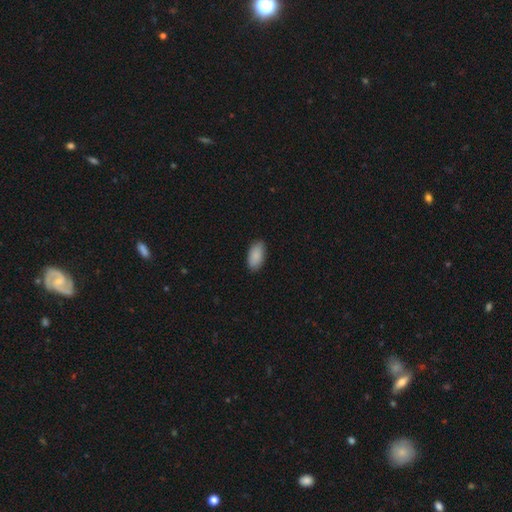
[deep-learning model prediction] A smooth galaxy with no disk features (90%) that is in between round and cigar-shaped (94%).

Vote fractions:
- Smooth or featured? smooth: 90% / star or artifact: 6% / featured or disk: 4%
- How rounded? in between: 94% / cigar-shaped: 4% / round: 2%
- Merging? none: 86% / minor disturbance: 11% / major disturbance: 2% / merger: 1%